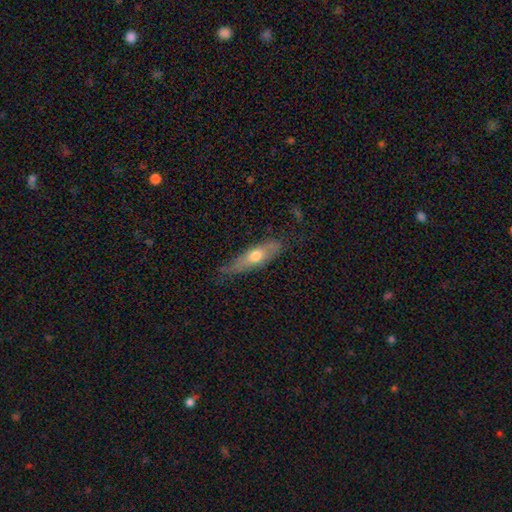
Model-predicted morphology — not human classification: smooth 53%, featured or disk 41%, star or artifact 6%. Down the decision tree: how rounded — cigar-shaped (61%); merging — none (67%).